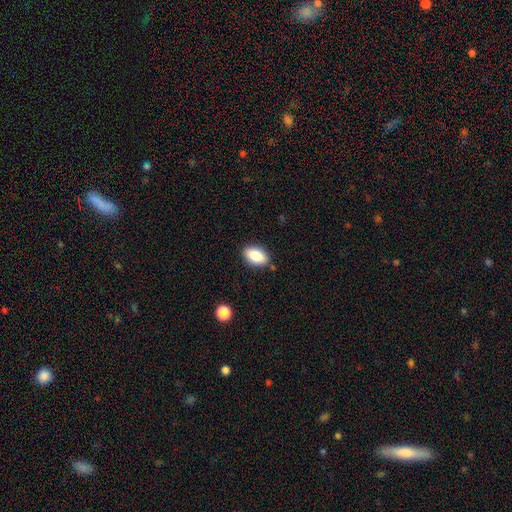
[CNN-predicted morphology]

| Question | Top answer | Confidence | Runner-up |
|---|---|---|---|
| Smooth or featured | smooth | 83% | featured or disk (9%) |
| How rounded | in between | 90% | round (7%) |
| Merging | none | 86% | minor disturbance (10%) |